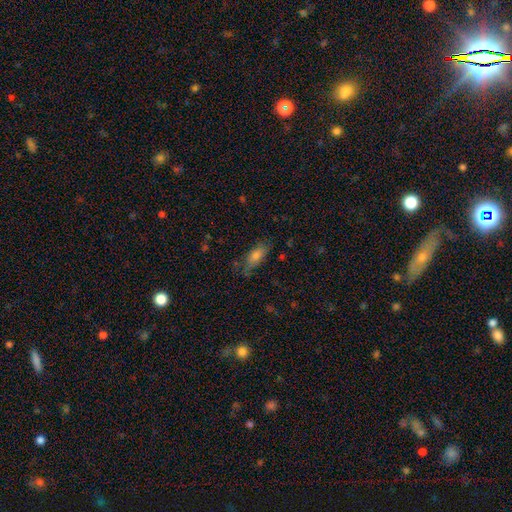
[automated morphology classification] The model was most divided on "smooth or featured": smooth: 63%, featured or disk: 25%, star or artifact: 12%. More confident: merging — none (72%); how rounded — in between (69%).